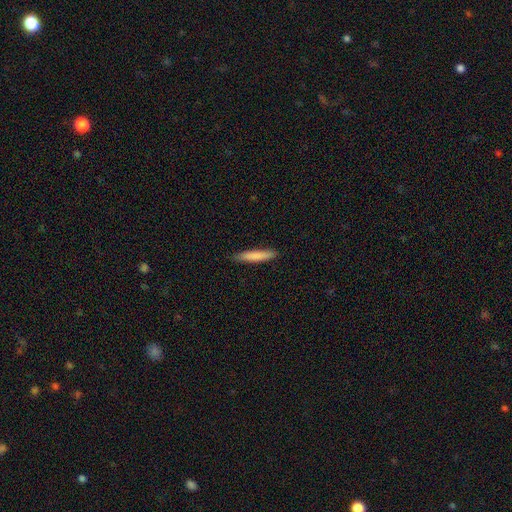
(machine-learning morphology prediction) smooth_or_featured: smooth (p=0.82) [alt: featured or disk p=0.12]
how_rounded: cigar-shaped (p=0.90) [alt: in between p=0.09]
merging: none (p=0.88) [alt: minor disturbance p=0.09]